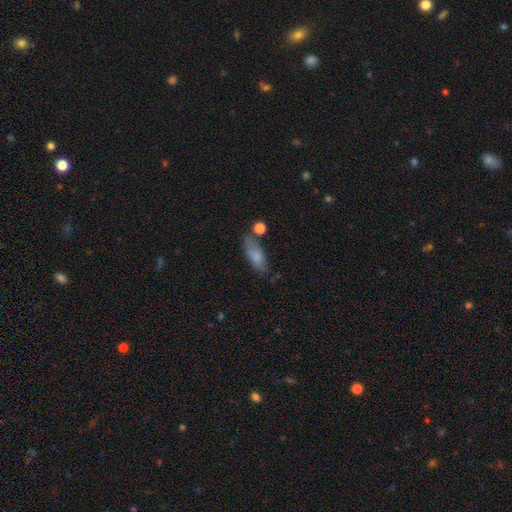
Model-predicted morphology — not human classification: This appears to be a smooth galaxy with no disk features (79%) that is in between round and cigar-shaped (73%). Merging: none (53%).